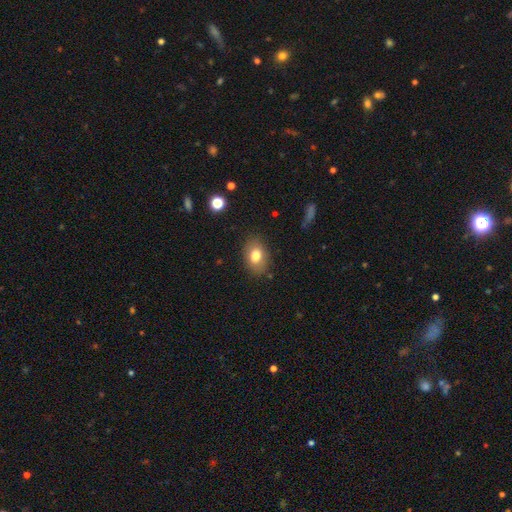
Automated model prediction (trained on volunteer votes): smooth-or-featured: smooth: 79% | featured or disk: 12% | star or artifact: 9%
  how-rounded: in between: 80% | round: 19% | cigar-shaped: 1%
  merging: none: 83% | minor disturbance: 12% | major disturbance: 3% | merger: 1%